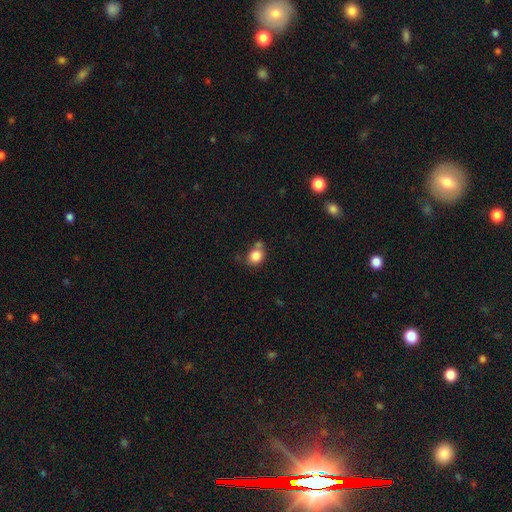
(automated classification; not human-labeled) This is clearly a smooth galaxy (83%). How rounded: likely round (64%). Merging: possibly none (54%).